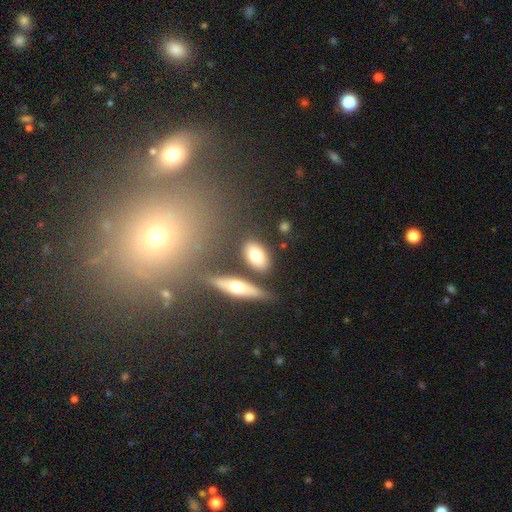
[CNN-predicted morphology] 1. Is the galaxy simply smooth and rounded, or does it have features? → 74% smooth, 19% featured or disk, 7% star or artifact.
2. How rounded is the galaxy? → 85% in between, 9% round, 6% cigar-shaped.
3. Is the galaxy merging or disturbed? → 75% none, 11% minor disturbance, 10% merger, 4% major disturbance.